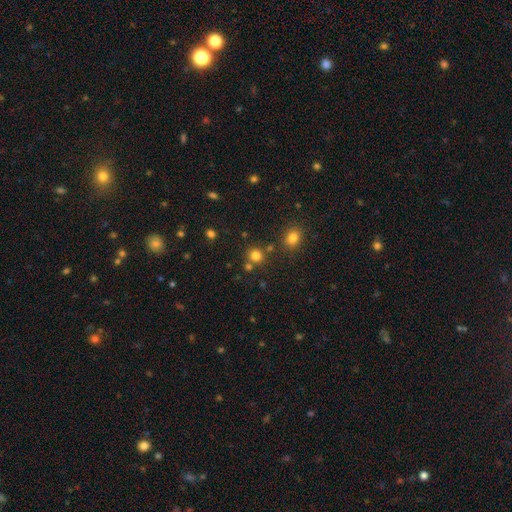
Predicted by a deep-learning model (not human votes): This appears to be a smooth galaxy with no disk features (78%) that is round (87%). Merging: none (75%).